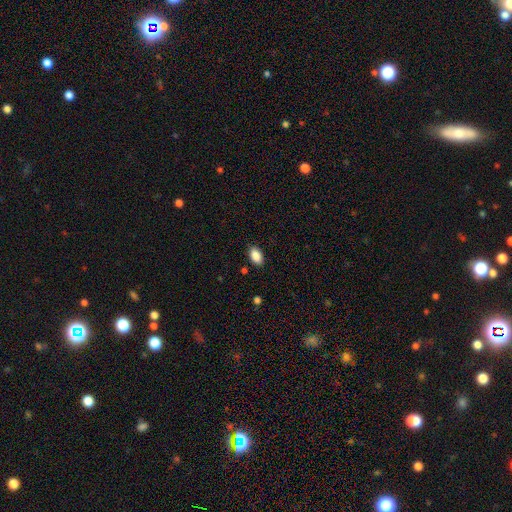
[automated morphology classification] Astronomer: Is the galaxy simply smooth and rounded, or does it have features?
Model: smooth — 88%.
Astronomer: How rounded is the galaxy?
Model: in between — 92%.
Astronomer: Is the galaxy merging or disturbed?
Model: none — 87%.